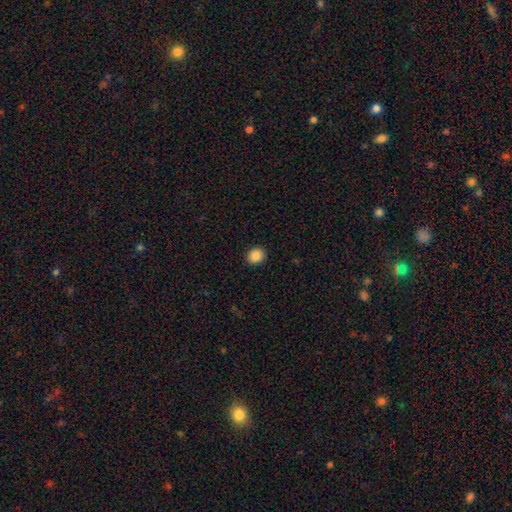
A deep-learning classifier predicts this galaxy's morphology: Smooth or featured? smooth (87%)
How rounded? round (77%)
Merging? none (92%)